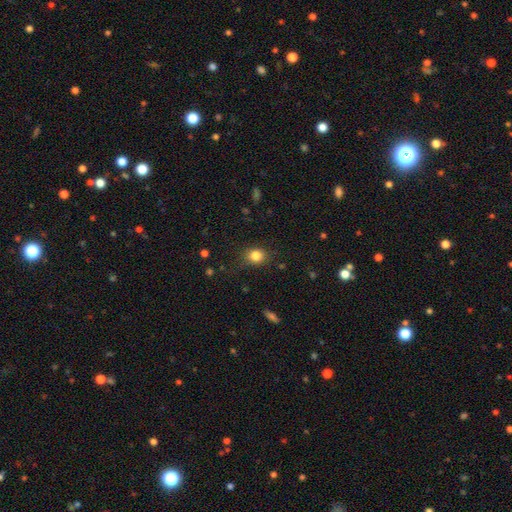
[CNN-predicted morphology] Smooth or featured? smooth (83%)
How rounded? round (64%)
Merging? none (81%)